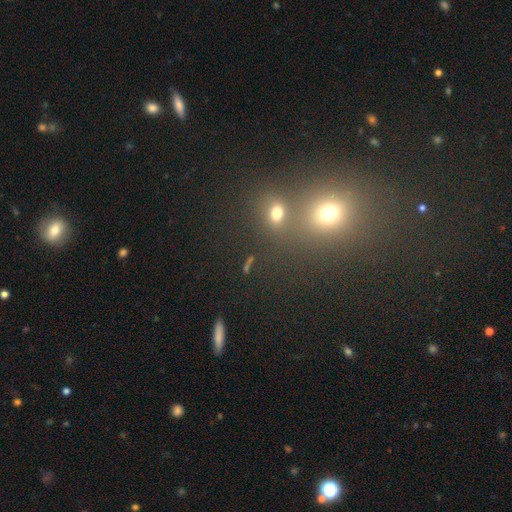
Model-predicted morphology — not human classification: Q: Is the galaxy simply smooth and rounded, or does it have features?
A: smooth — 48%.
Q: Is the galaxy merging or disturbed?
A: none — 62%.